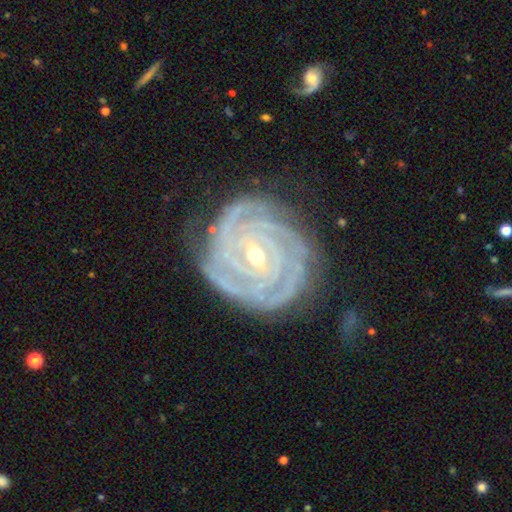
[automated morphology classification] Smooth or featured? featured or disk (91%)
Edge-on disk? no (97%)
Bar? weak (45%)
Spiral arms? yes (98%)
Spiral winding? tight (88%)
Spiral arm count? 3 (25%)
Bulge size? small (49%)
Merging? none (75%)